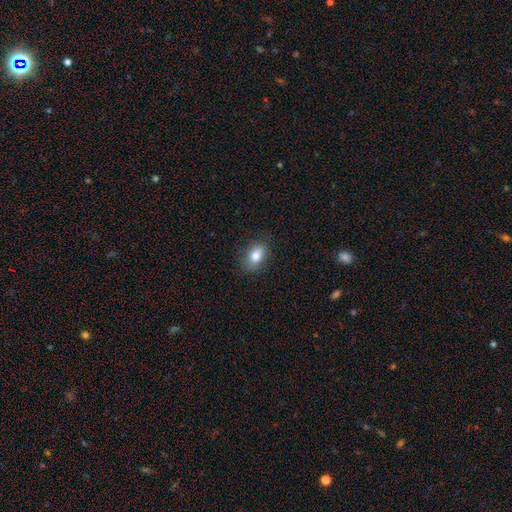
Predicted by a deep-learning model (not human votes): The model was most divided on "how rounded": in between: 80%, round: 19%, cigar-shaped: 2%. More confident: merging — none (82%); smooth or featured — smooth (81%).